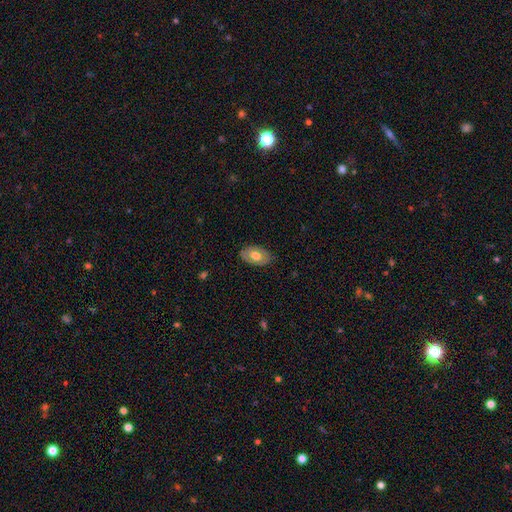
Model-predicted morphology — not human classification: Smooth or featured: smooth — 57% (featured or disk — 37%)
How rounded: in between — 89% (round — 10%)
Merging: none — 79% (minor disturbance — 16%)